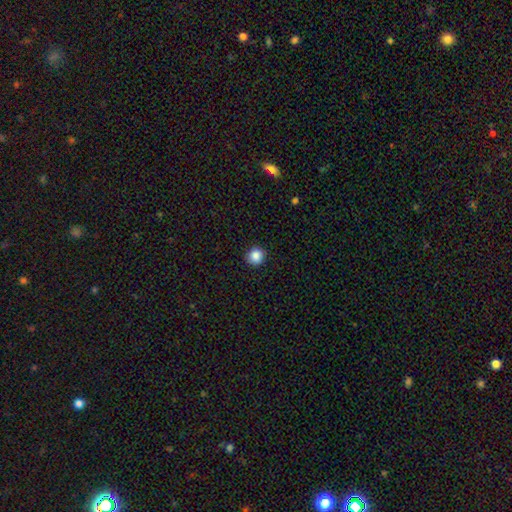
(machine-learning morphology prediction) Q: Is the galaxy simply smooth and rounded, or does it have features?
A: smooth — 87%.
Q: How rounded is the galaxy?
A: round — 93%.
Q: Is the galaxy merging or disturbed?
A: none — 91%.